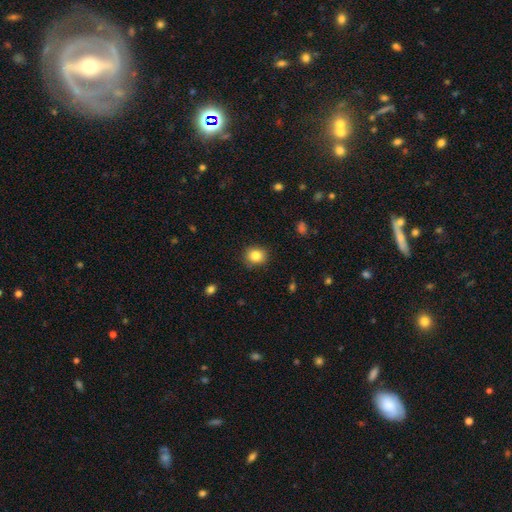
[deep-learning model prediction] Morphology: type=smooth (84%); roundness=round (76%); merging=none (88%).